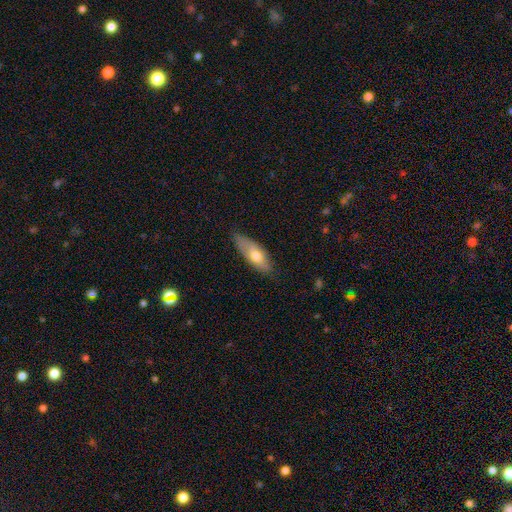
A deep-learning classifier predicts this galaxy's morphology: Smooth or featured? Predicted: smooth (p=0.65). How rounded? Predicted: in between (p=0.69). Merging? Predicted: none (p=0.71).